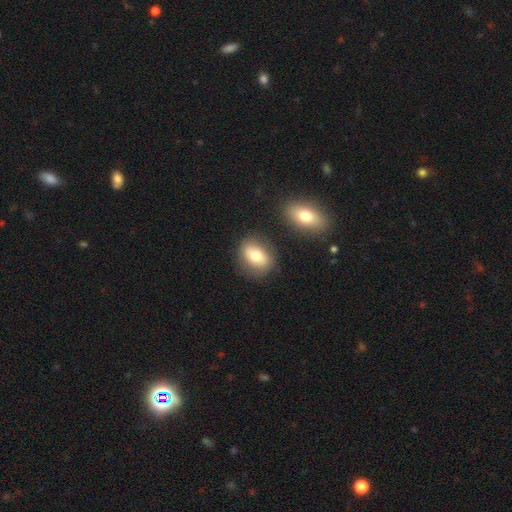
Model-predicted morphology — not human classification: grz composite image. It shows a smooth galaxy with no disk features (72%) that is in between round and cigar-shaped (68%). Merging: none (77%).